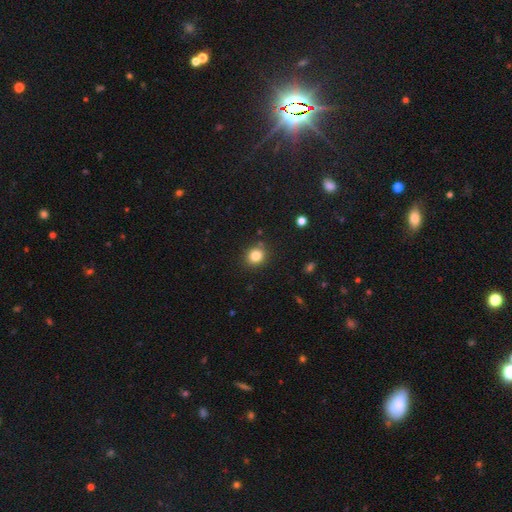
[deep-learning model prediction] smooth-or-featured: smooth: 82% | star or artifact: 12% | featured or disk: 6%
  how-rounded: round: 81% | in between: 18% | cigar-shaped: 1%
  merging: none: 85% | minor disturbance: 9% | merger: 3% | major disturbance: 3%